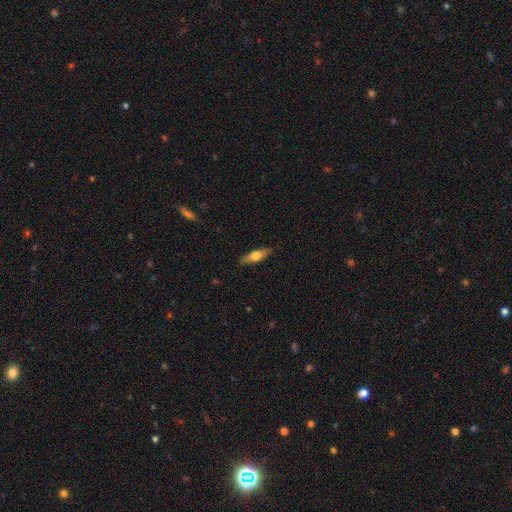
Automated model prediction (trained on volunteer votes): Smooth or featured? smooth (54%)
How rounded? cigar-shaped (59%)
Merging? none (88%)